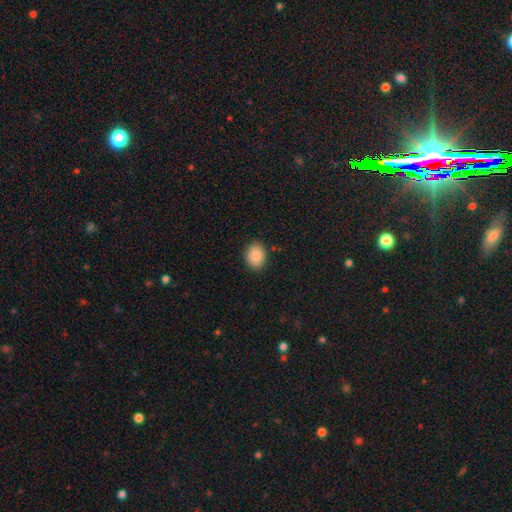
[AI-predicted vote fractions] Overall: smooth (87%). How rounded: in between (63%; round 36%). Merging: none (87%).